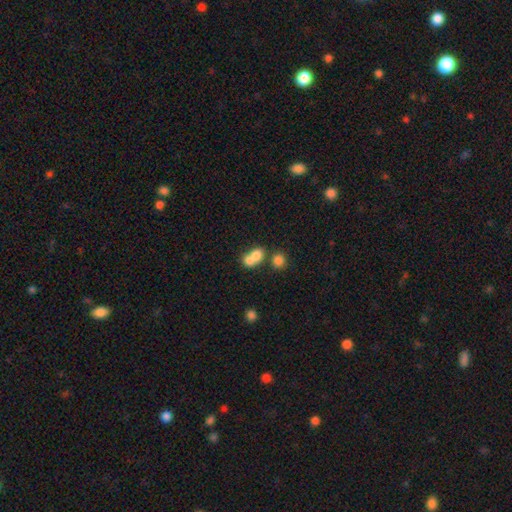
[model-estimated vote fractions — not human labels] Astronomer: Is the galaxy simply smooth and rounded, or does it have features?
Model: smooth — 73%.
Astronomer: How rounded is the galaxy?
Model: round — 57% (runner-up: in between, 41%).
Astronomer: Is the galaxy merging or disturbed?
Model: merger — 66%.